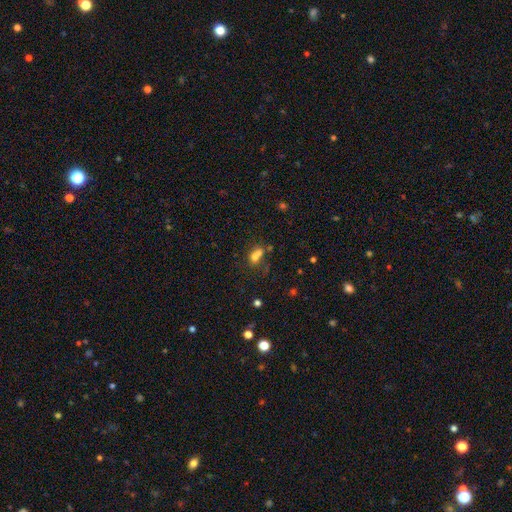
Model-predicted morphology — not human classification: smooth 65%, star or artifact 18%, featured or disk 17%. Down the decision tree: how rounded — in between (54%); merging — merger (56%).